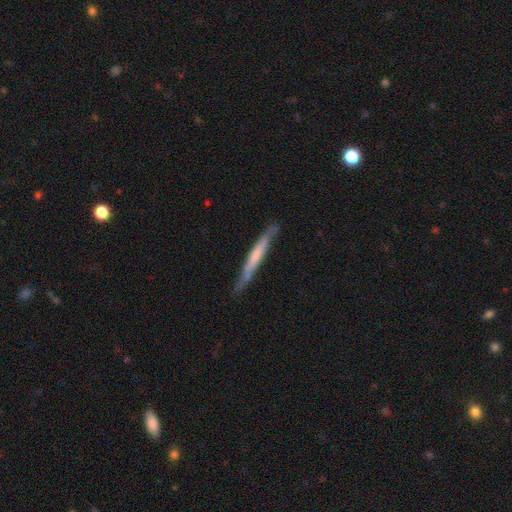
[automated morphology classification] A featured or disk galaxy (52%) viewed edge-on (91%).

Vote fractions:
- Smooth or featured? featured or disk: 52% / smooth: 43% / star or artifact: 5%
- Edge-on disk? yes: 91% / no: 9%
- Merging? none: 79% / minor disturbance: 16% / major disturbance: 3% / merger: 2%